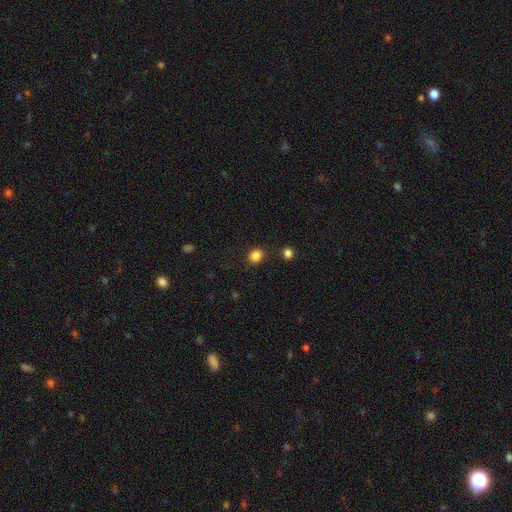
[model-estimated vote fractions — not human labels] smooth 85%, star or artifact 11%, featured or disk 3%. Down the decision tree: how rounded — round (68%); merging — none (86%).